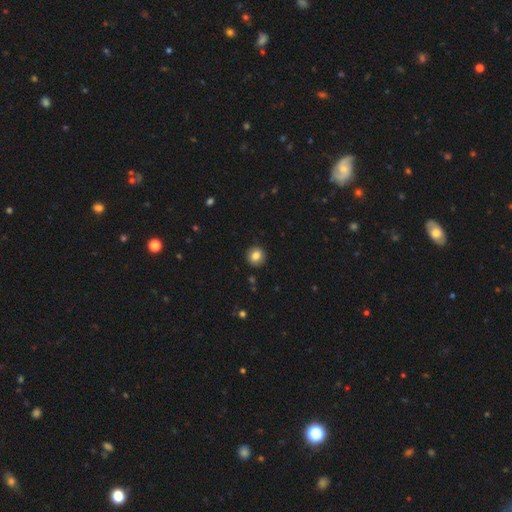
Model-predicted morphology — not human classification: type=smooth (85%); roundness=round (89%); merging=none (91%).